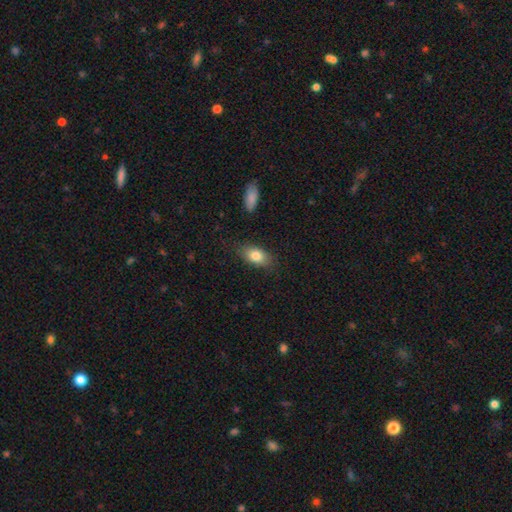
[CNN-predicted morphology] type=smooth (81%); roundness=in between (88%); merging=none (82%).